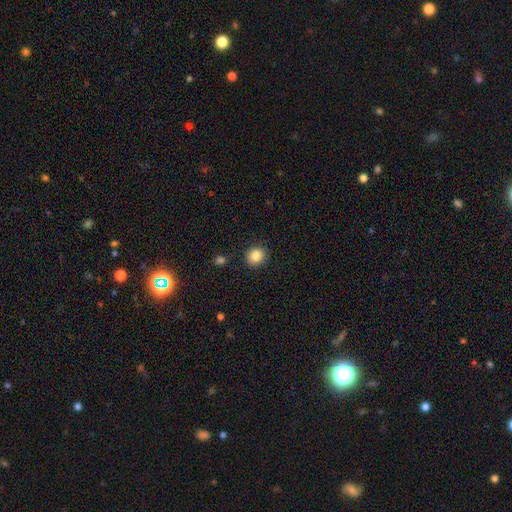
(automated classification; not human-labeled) This appears to be a smooth galaxy with no disk features (85%) that is round (85%). Merging: none (89%).